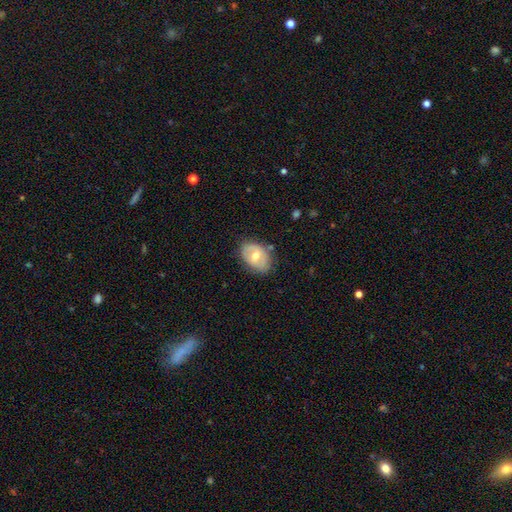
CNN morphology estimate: smooth 51%, featured or disk 42%, star or artifact 7%. Down the decision tree: how rounded — in between (78%); merging — none (71%).